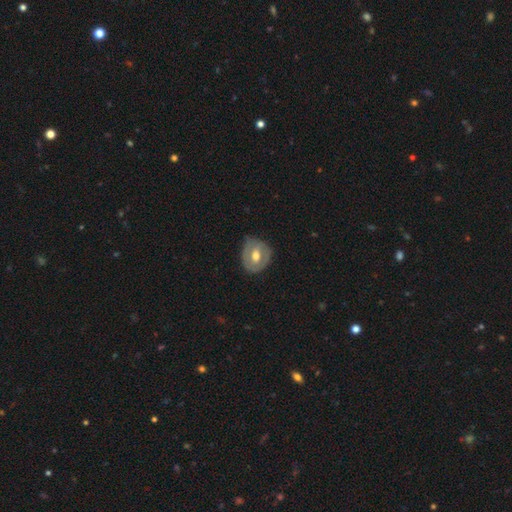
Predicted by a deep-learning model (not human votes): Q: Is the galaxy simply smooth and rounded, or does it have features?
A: featured or disk — 54%.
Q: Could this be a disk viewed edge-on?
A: no — 94%.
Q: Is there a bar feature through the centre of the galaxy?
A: no — 50%.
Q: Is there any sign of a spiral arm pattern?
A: no — 64%.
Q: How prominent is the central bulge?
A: moderate — 77%.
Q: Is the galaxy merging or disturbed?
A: none — 74%.